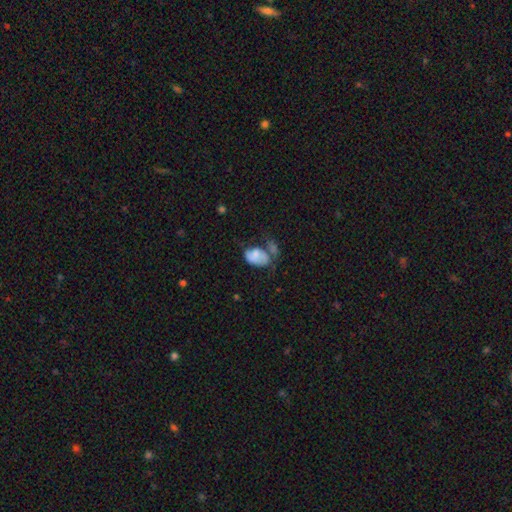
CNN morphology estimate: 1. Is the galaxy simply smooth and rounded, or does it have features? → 68% smooth, 24% featured or disk, 8% star or artifact.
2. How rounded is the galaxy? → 85% in between, 13% round, 1% cigar-shaped.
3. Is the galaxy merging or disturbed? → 27% merger, 26% none, 26% minor disturbance, 22% major disturbance.